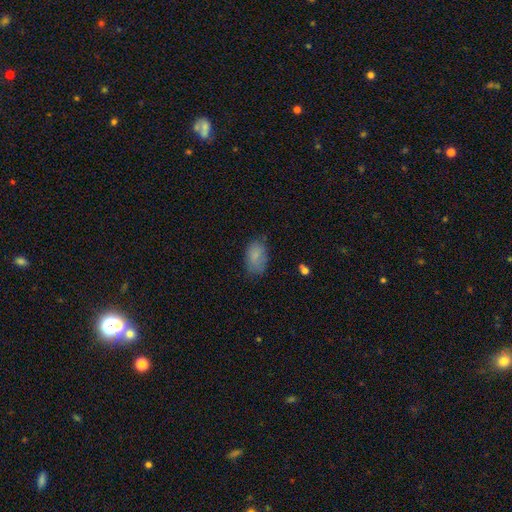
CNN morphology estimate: type=smooth (83%); roundness=in between (91%); merging=none (66%).